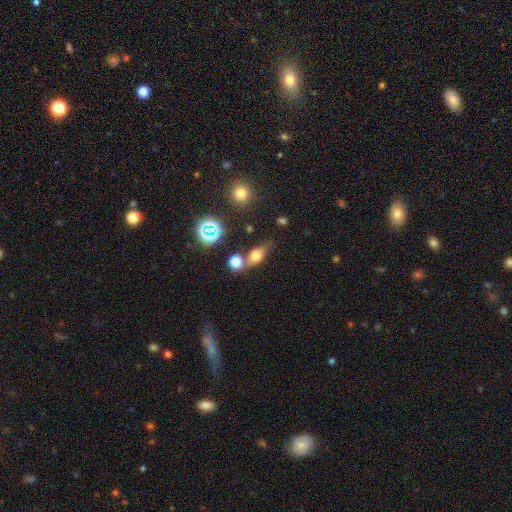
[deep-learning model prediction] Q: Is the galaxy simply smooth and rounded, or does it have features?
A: smooth — 62%.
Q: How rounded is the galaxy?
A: in between — 59%.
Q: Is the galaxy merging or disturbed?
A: none — 52%.